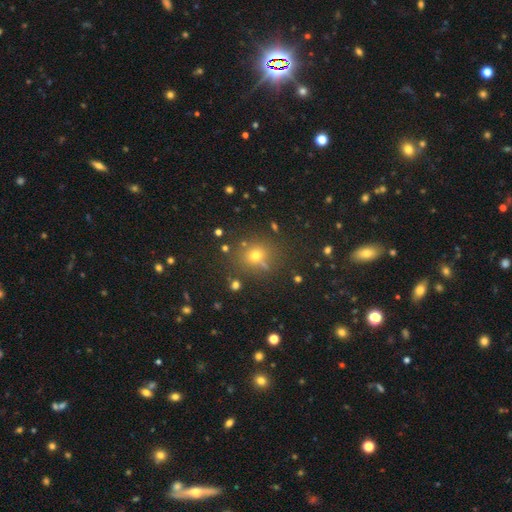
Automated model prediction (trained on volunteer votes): smooth-or-featured: smooth: 60% | star or artifact: 30% | featured or disk: 11%
  how-rounded: round: 81% | in between: 18% | cigar-shaped: 1%
  merging: none: 78% | minor disturbance: 10% | merger: 7% | major disturbance: 4%